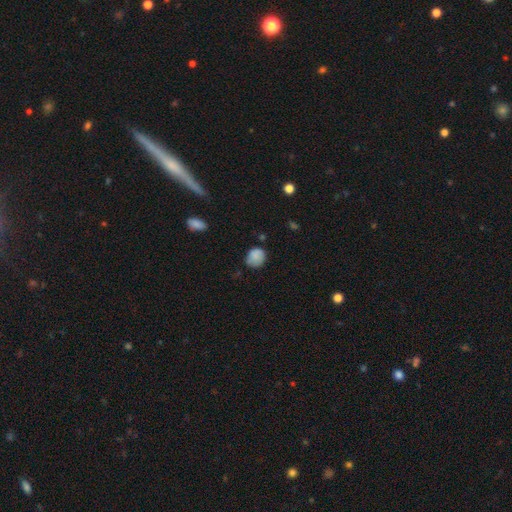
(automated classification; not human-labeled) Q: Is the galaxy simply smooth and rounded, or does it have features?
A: smooth — 82%.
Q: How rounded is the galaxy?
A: round — 64%.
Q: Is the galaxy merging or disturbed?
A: none — 62%.